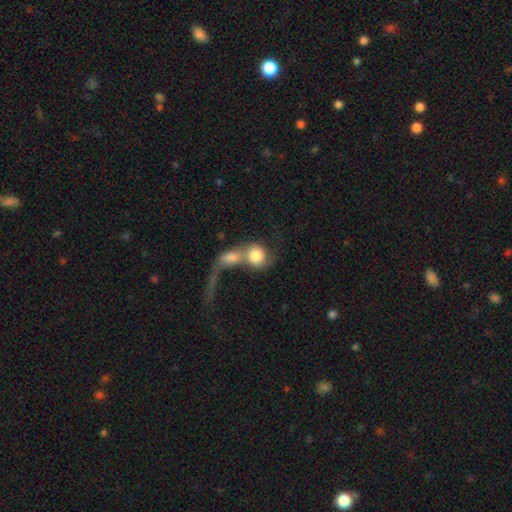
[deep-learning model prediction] Q: Smooth or featured?
A: smooth (69%); runner-up: featured or disk (23%)
Q: How rounded?
A: round (71%); runner-up: in between (27%)
Q: Merging?
A: merger (73%); runner-up: major disturbance (12%)